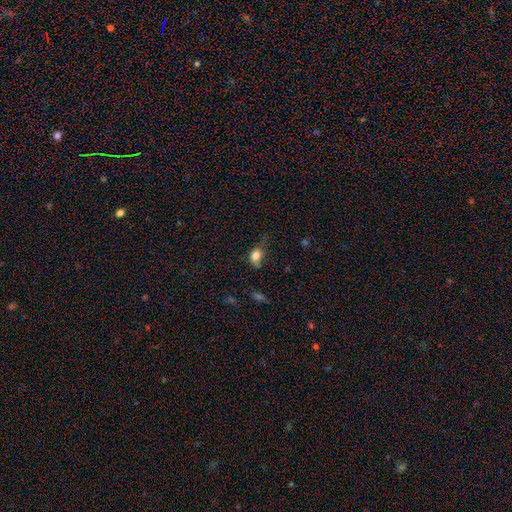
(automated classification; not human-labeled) The model was most divided on "merging": minor disturbance: 38%, none: 34%, major disturbance: 24%, merger: 4%. More confident: smooth or featured — smooth (81%); how rounded — in between (63%).